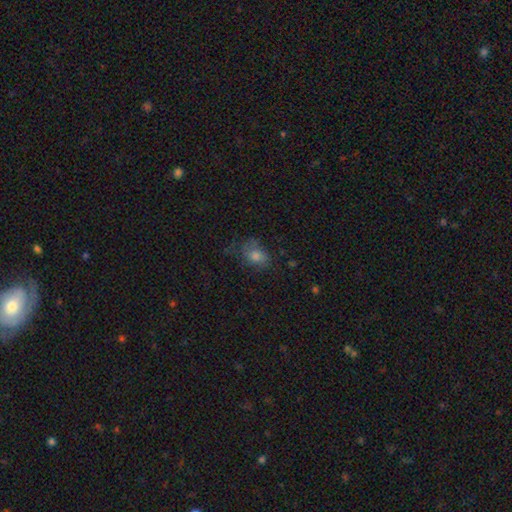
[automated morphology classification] A smooth galaxy with no disk features (68%) that is in between round and cigar-shaped (70%).

Vote fractions:
- Smooth or featured? smooth: 68% / featured or disk: 18% / star or artifact: 14%
- How rounded? in between: 70% / round: 28% / cigar-shaped: 2%
- Merging? none: 56% / minor disturbance: 27% / major disturbance: 15% / merger: 2%